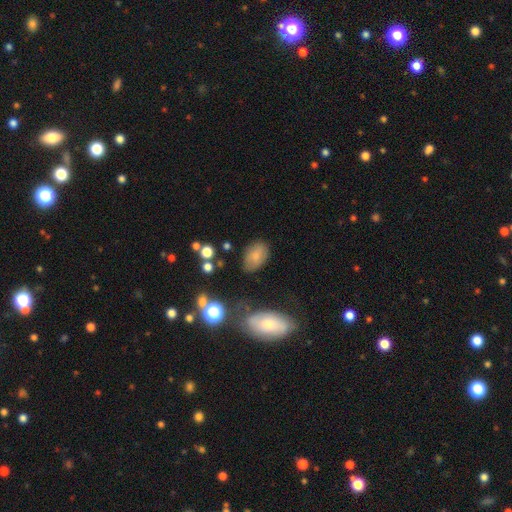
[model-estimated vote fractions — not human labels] Q: Smooth or featured?
A: smooth (76%); runner-up: featured or disk (14%)
Q: How rounded?
A: in between (88%); runner-up: round (10%)
Q: Merging?
A: none (75%); runner-up: minor disturbance (17%)